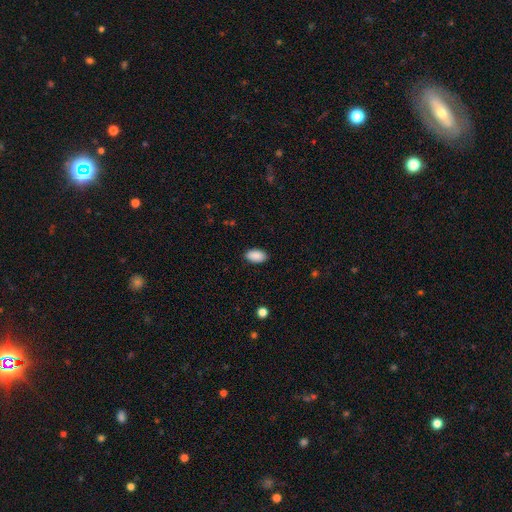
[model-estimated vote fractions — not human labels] Morphology: type=smooth (91%); roundness=in between (94%); merging=none (88%).